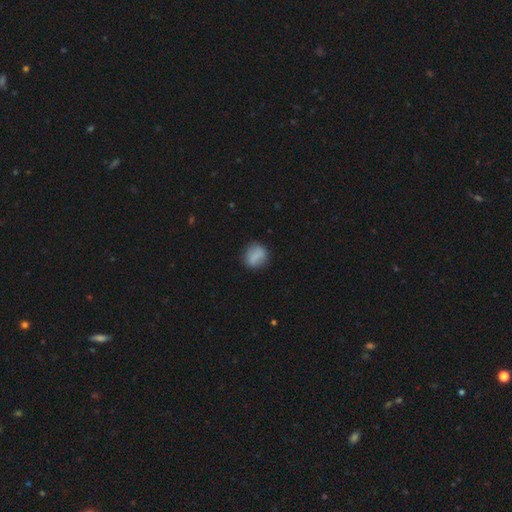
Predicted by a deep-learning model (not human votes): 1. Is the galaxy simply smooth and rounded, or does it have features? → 80% smooth, 12% featured or disk, 8% star or artifact.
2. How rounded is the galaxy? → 66% round, 32% in between, 2% cigar-shaped.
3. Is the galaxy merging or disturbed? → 77% none, 16% minor disturbance, 4% major disturbance, 3% merger.